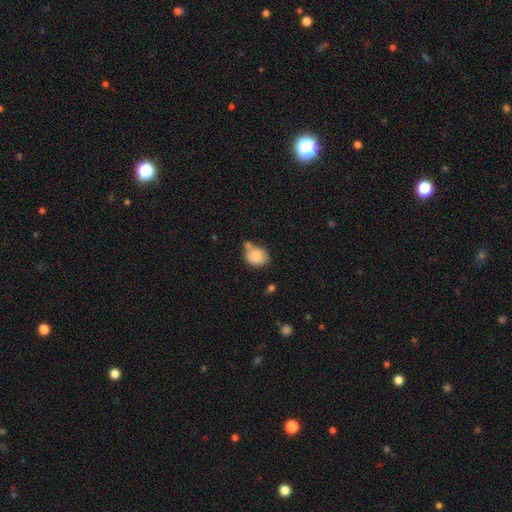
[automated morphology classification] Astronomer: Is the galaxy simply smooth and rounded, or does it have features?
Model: smooth — 83%.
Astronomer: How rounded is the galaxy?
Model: round — 67%.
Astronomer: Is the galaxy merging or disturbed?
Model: none — 47% (runner-up: merger, 25%).